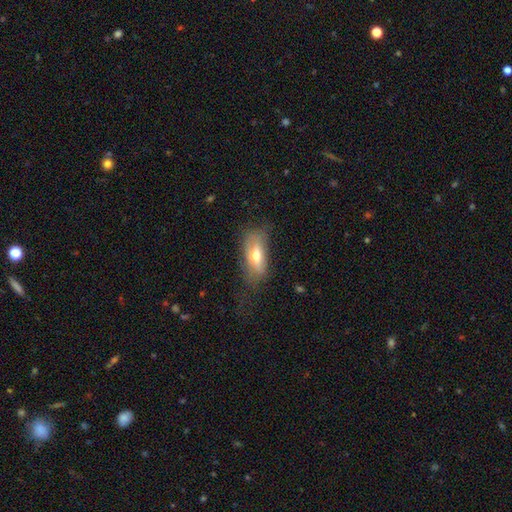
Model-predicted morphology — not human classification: Smooth or featured? smooth (59%)
How rounded? in between (78%)
Merging? none (63%)